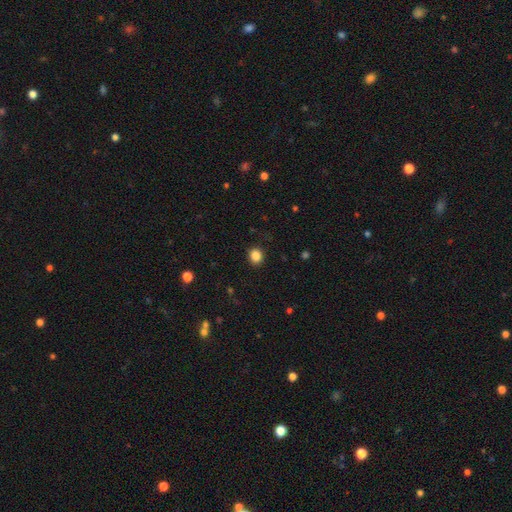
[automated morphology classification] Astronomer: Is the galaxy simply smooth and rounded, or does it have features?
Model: smooth — 85%.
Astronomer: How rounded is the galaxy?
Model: round — 78%.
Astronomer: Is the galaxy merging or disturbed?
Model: none — 89%.